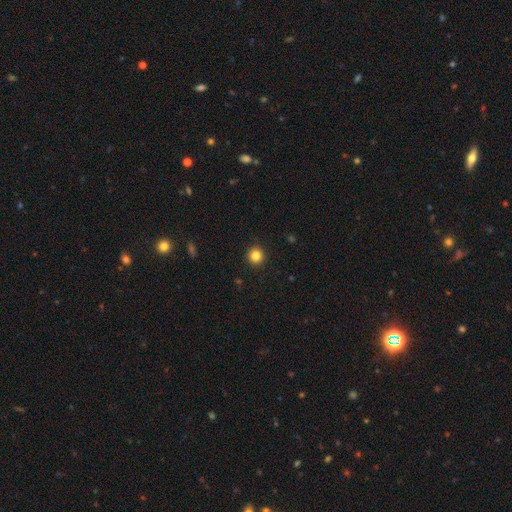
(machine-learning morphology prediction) smooth 84%, star or artifact 11%, featured or disk 5%. Down the decision tree: how rounded — round (95%); merging — none (93%).